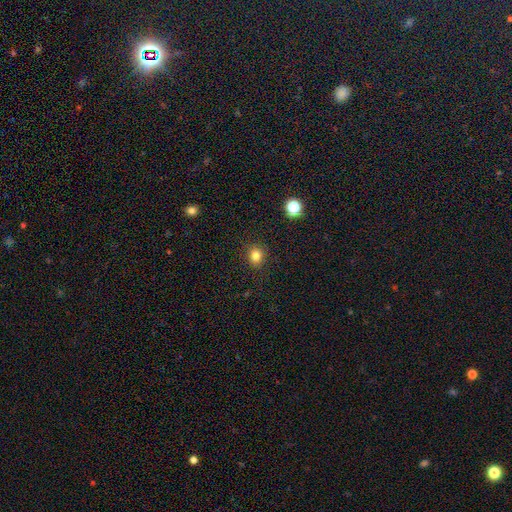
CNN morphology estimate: smooth_or_featured: smooth (p=0.81) [alt: star or artifact p=0.13]
how_rounded: round (p=0.78) [alt: in between p=0.21]
merging: none (p=0.89) [alt: minor disturbance p=0.07]